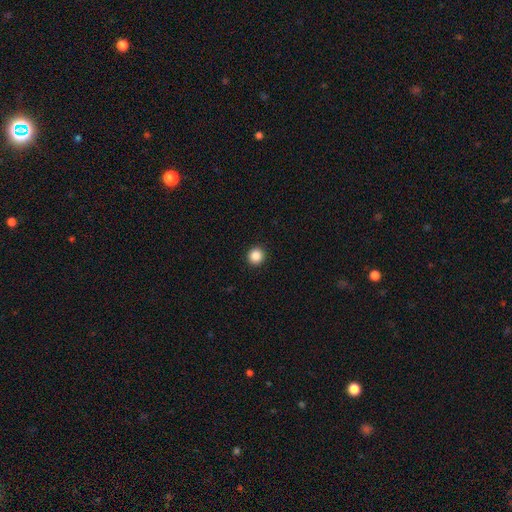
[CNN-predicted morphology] type=smooth (87%); roundness=round (94%); merging=none (93%).